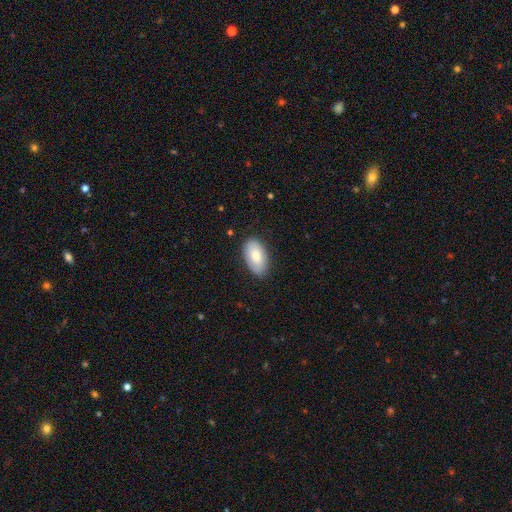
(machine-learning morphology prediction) Smooth or featured: smooth — 79% (featured or disk — 15%)
How rounded: in between — 95% (round — 4%)
Merging: none — 83% (minor disturbance — 13%)